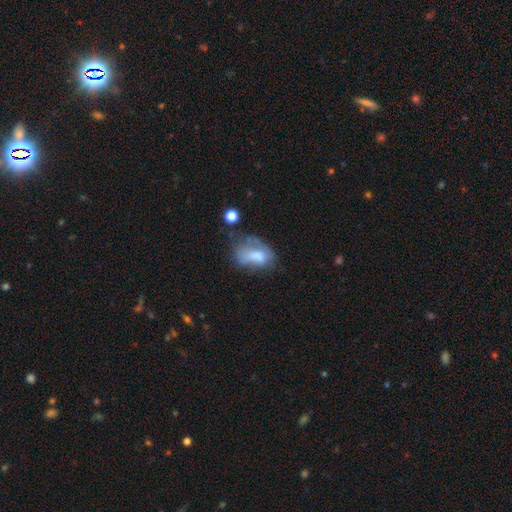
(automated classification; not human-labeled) A smooth galaxy with no disk features (59%) that is in between round and cigar-shaped (84%).

Vote fractions:
- Smooth or featured? smooth: 59% / featured or disk: 30% / star or artifact: 10%
- How rounded? in between: 84% / round: 14% / cigar-shaped: 2%
- Merging? major disturbance: 35% / minor disturbance: 29% / none: 26% / merger: 10%